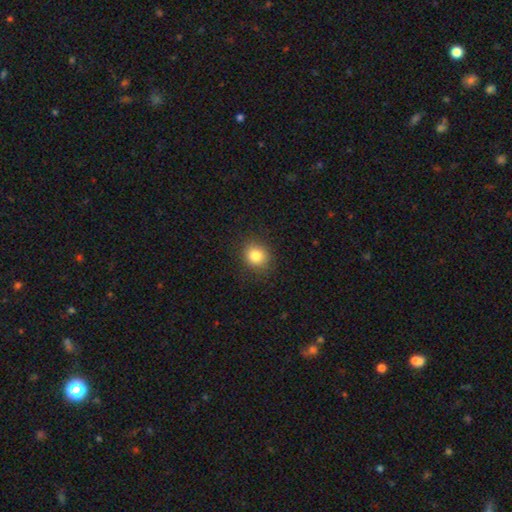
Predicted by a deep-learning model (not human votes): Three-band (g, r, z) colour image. It shows a smooth galaxy with no disk features (82%) that is round (76%). Merging: none (88%).